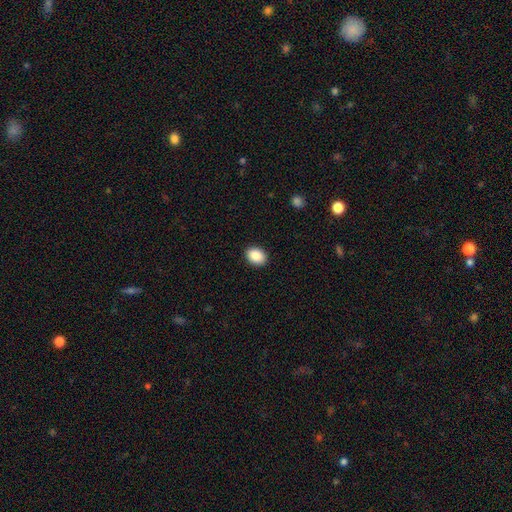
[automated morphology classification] The model was most divided on "how rounded": in between: 67%, round: 32%, cigar-shaped: 1%. More confident: merging — none (91%); smooth or featured — smooth (88%).